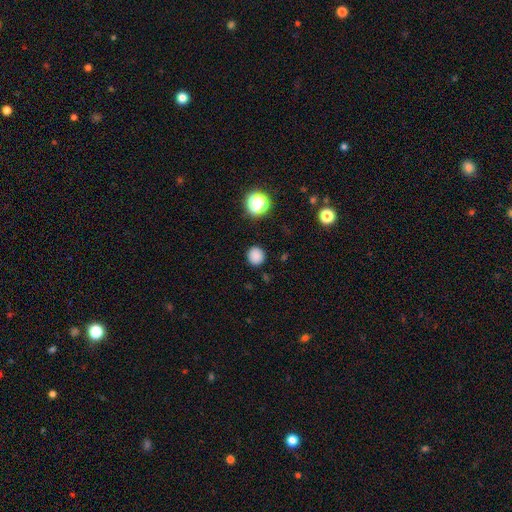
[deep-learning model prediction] Morphology: type=smooth (83%); roundness=round (88%); merging=none (89%).